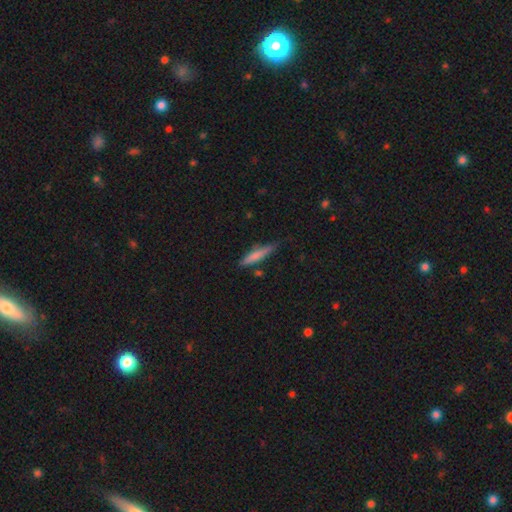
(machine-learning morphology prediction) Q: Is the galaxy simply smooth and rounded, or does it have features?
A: smooth — 72%.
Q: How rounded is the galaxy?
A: cigar-shaped — 86%.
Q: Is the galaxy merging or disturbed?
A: none — 70%.